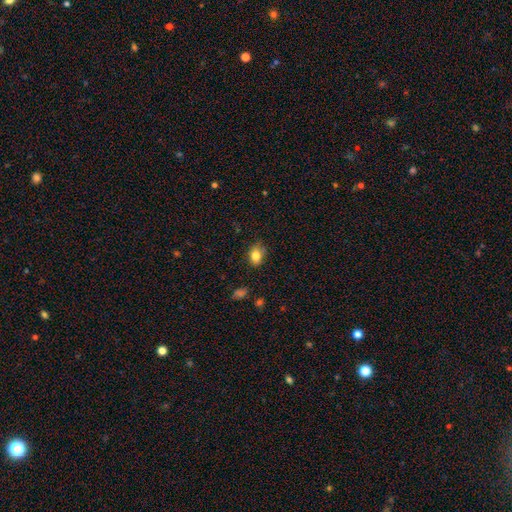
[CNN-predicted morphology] A smooth galaxy with no disk features (82%) that is in between round and cigar-shaped (69%). Merging: none (73%).